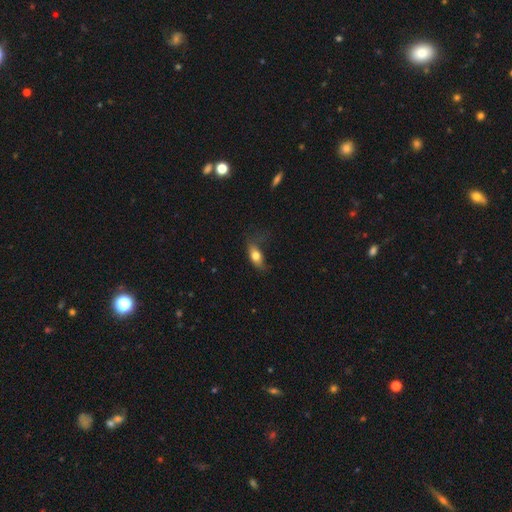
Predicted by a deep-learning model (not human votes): Smooth or featured?
  - smooth: 74% *
  - featured or disk: 18%
  - star or artifact: 8%
How rounded?
  - in between: 79% *
  - cigar-shaped: 14%
  - round: 8%
Merging?
  - none: 46% *
  - minor disturbance: 30%
  - major disturbance: 21%
  - merger: 2%